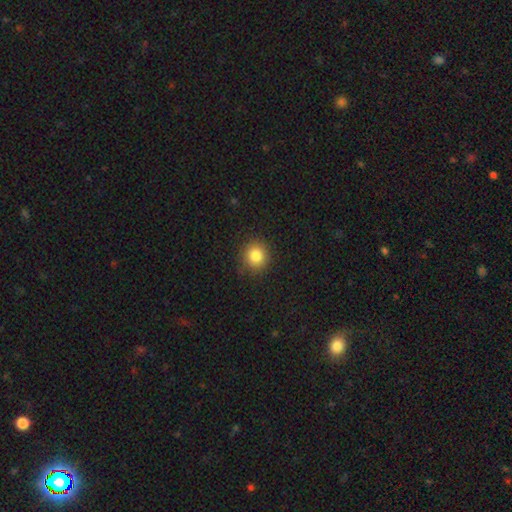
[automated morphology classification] A smooth galaxy with no disk features (84%) that is round (89%). Merging: none (87%).